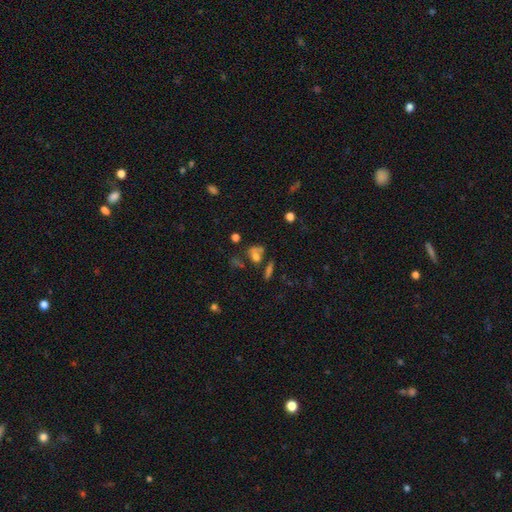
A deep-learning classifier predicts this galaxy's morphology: Smooth or featured?
  - smooth: 57% *
  - featured or disk: 24%
  - star or artifact: 19%
How rounded?
  - in between: 55% *
  - round: 38%
  - cigar-shaped: 7%
Merging?
  - none: 41% *
  - merger: 25%
  - minor disturbance: 17%
  - major disturbance: 16%